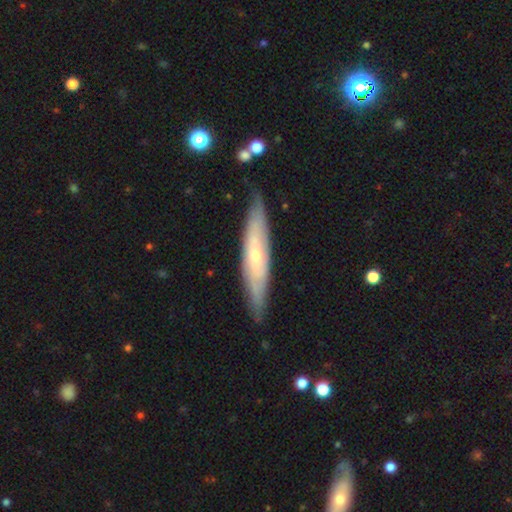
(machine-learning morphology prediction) featured or disk 63%, smooth 31%, star or artifact 6%. Down the decision tree: edge-on disk — yes (58%); merging — none (82%).